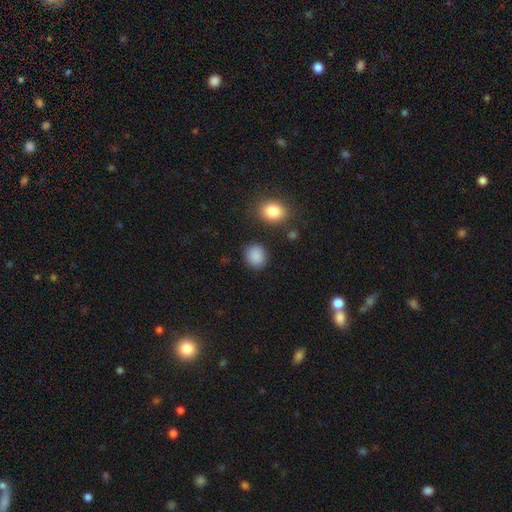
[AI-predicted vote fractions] This appears to be a smooth galaxy with no disk features (88%) that is round (75%). Merging: none (86%).